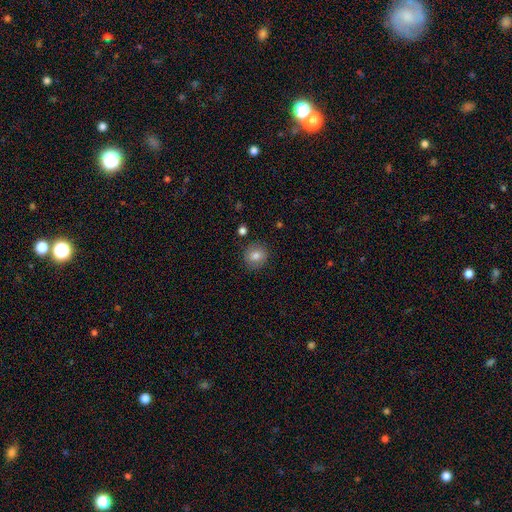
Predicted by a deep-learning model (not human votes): Smooth or featured? Predicted: smooth (p=0.80). How rounded? Predicted: round (p=0.85). Merging? Predicted: none (p=0.87).